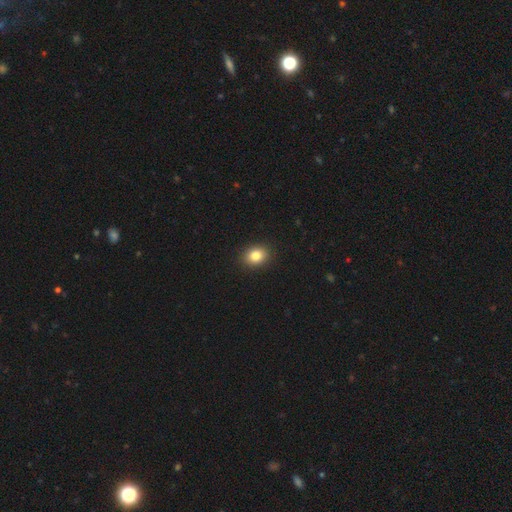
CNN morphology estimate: Overall: smooth (84%). How rounded: in between (54%; round 45%). Merging: none (91%).